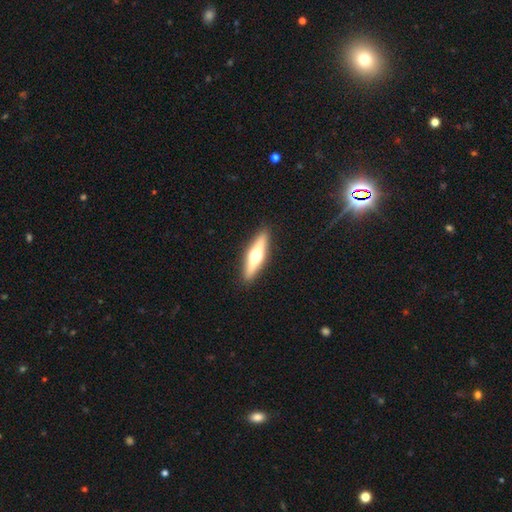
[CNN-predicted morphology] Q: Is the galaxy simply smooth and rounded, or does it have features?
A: featured or disk — 62%.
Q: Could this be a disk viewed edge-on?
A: yes — 95%.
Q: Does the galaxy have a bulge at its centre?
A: rounded — 95%.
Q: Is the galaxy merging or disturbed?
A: none — 91%.